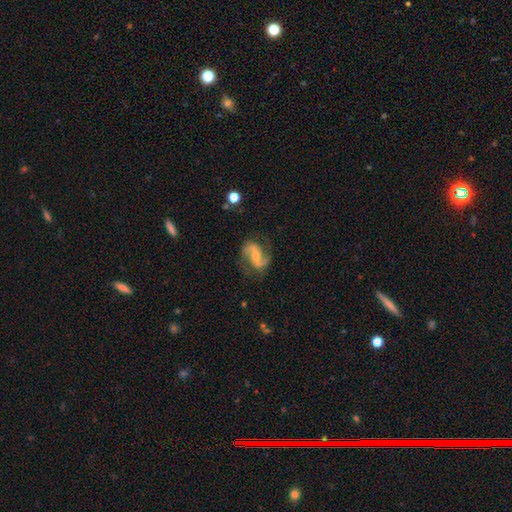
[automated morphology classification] This is clearly a featured or disk galaxy (85%). It is clearly not viewed edge-on (97%). Bar: marginally weak (40%). Spiral arm pattern: clearly yes (96%). Spiral arm count: clearly 2 (92%). Spiral winding: marginally medium (44%, tied with loose). Central bulge: possibly small (47%, tied with moderate). Merging: likely none (74%).